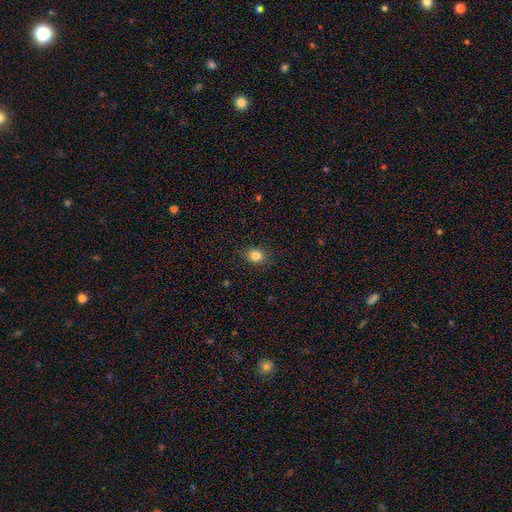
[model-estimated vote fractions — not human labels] The model was most divided on "how rounded": round: 64%, in between: 35%, cigar-shaped: 1%. More confident: merging — none (87%); smooth or featured — smooth (84%).